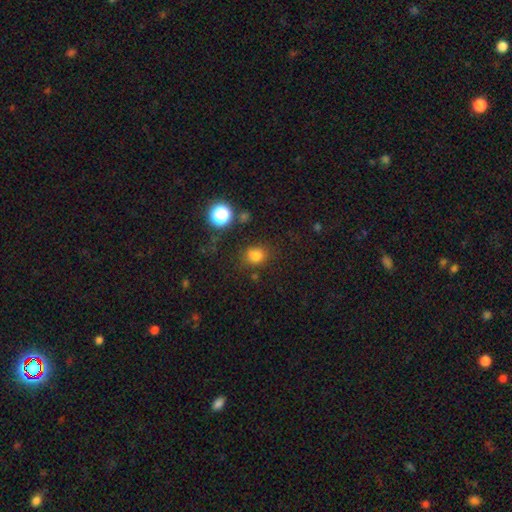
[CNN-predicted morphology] type=smooth (76%); roundness=round (64%); merging=none (73%).